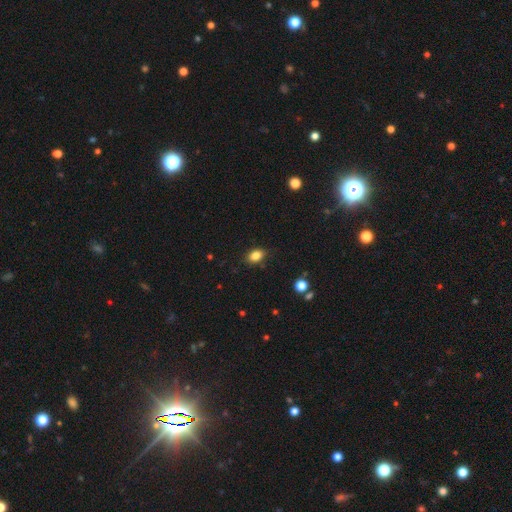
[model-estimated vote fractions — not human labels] smooth_or_featured: smooth (p=0.84) [alt: star or artifact p=0.10]
how_rounded: in between (p=0.79) [alt: round p=0.20]
merging: none (p=0.84) [alt: minor disturbance p=0.13]